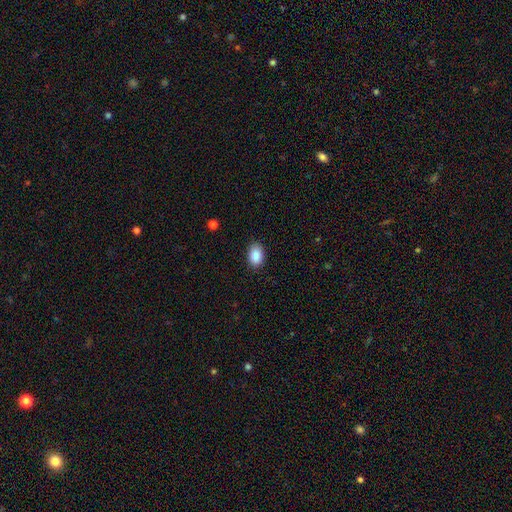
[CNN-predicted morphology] A smooth galaxy with no disk features (89%) that is in between round and cigar-shaped (86%). Merging: none (85%).